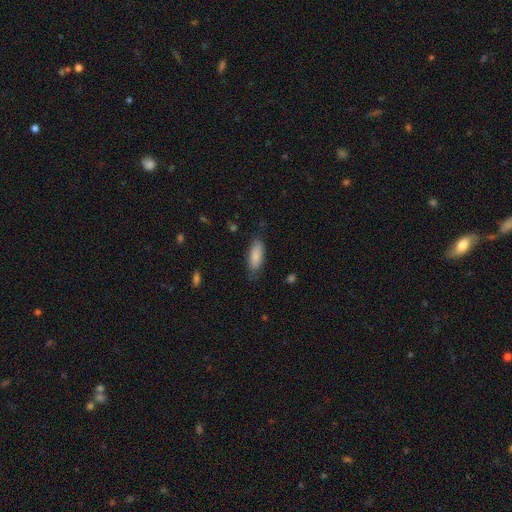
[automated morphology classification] Smooth or featured? smooth (86%)
How rounded? in between (77%)
Merging? none (77%)